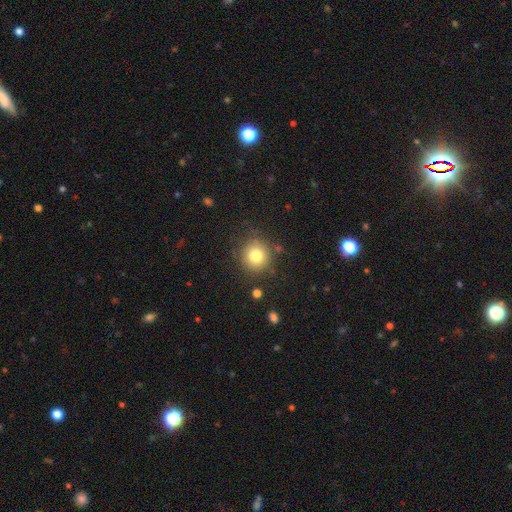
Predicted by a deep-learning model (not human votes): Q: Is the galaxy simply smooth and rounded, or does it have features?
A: smooth — 80%.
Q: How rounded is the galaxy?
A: round — 92%.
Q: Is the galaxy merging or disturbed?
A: none — 83%.